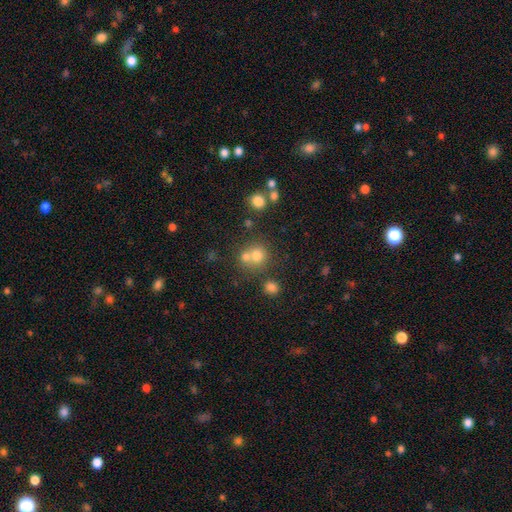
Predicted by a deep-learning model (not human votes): The model was most divided on "merging": none: 51%, merger: 39%, minor disturbance: 7%, major disturbance: 3%. More confident: how rounded — round (86%); smooth or featured — smooth (69%).